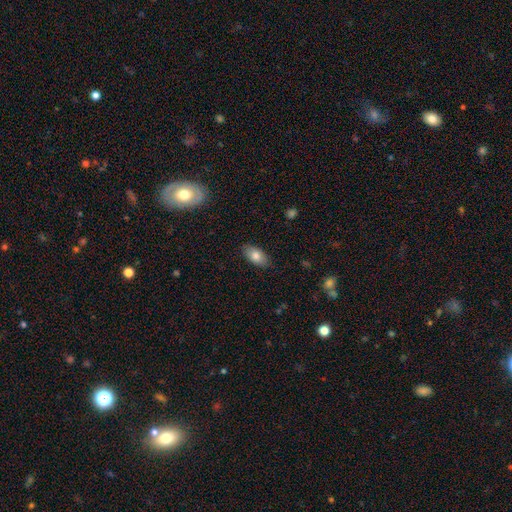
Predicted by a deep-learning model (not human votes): A smooth galaxy with no disk features (81%) that is in between round and cigar-shaped (92%).

Vote fractions:
- Smooth or featured? smooth: 81% / featured or disk: 12% / star or artifact: 7%
- How rounded? in between: 92% / round: 4% / cigar-shaped: 4%
- Merging? none: 86% / minor disturbance: 11% / major disturbance: 2% / merger: 1%